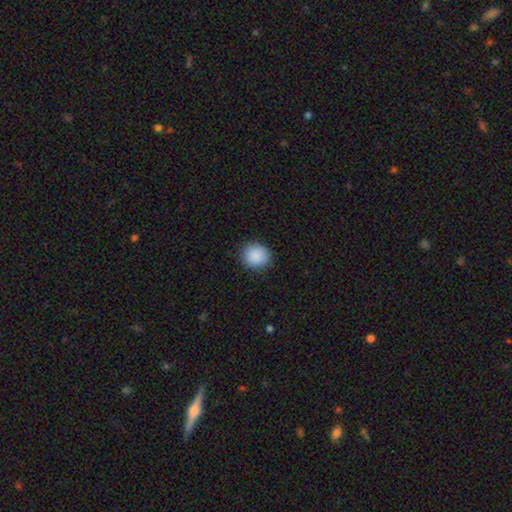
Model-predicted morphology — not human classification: The model was most divided on "how rounded": round: 86%, in between: 13%, cigar-shaped: 1%. More confident: smooth or featured — smooth (89%); merging — none (89%).